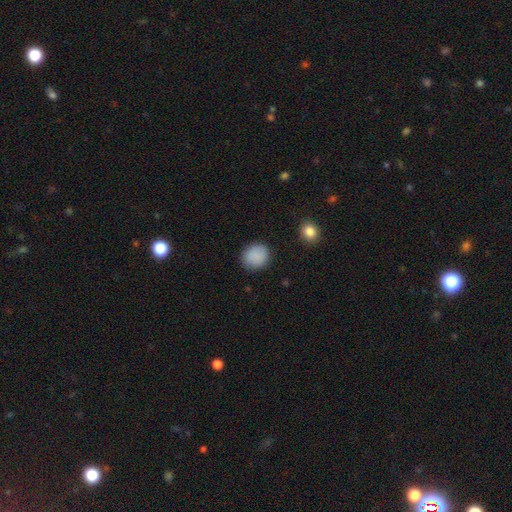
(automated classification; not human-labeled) This is clearly a smooth galaxy (88%). How rounded: likely round (77%). Merging: clearly none (86%).